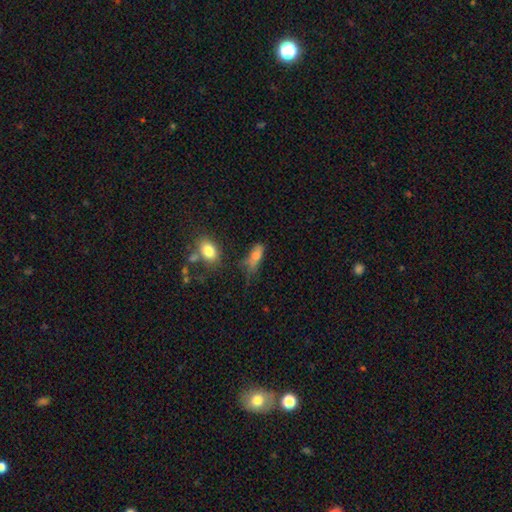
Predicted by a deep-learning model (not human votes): The model was most divided on "merging": none: 43%, minor disturbance: 30%, major disturbance: 17%, merger: 10%. More confident: smooth or featured — smooth (69%); how rounded — in between (65%).